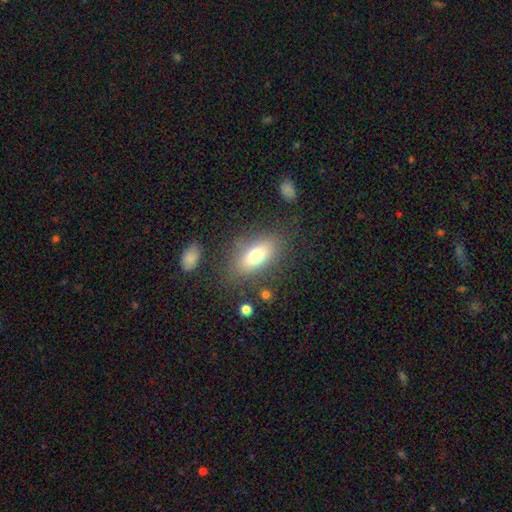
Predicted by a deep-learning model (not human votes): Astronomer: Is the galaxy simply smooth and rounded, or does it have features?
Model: smooth — 72%.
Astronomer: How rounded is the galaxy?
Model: in between — 83%.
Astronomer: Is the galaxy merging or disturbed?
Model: none — 77%.